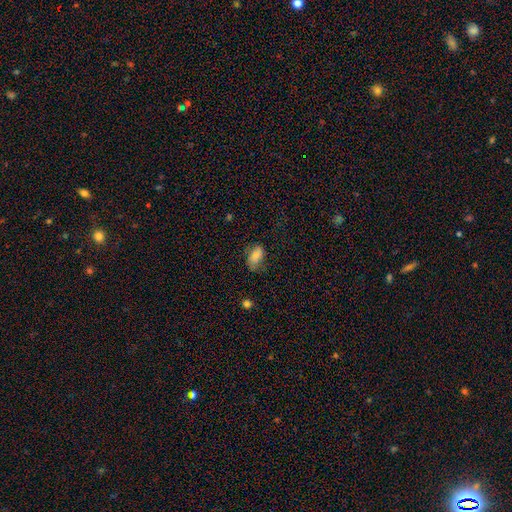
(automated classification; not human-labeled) smooth-or-featured: smooth: 81% | featured or disk: 11% | star or artifact: 8%
  how-rounded: in between: 91% | round: 6% | cigar-shaped: 3%
  merging: none: 57% | minor disturbance: 29% | major disturbance: 11% | merger: 2%